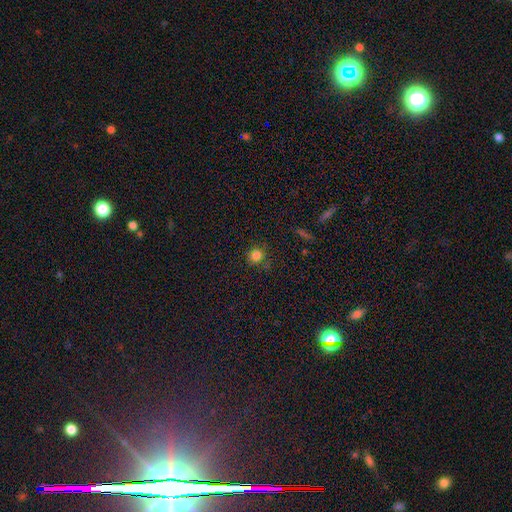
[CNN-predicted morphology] Smooth or featured: smooth — 81% (star or artifact — 14%)
How rounded: round — 91% (in between — 8%)
Merging: none — 83% (minor disturbance — 11%)